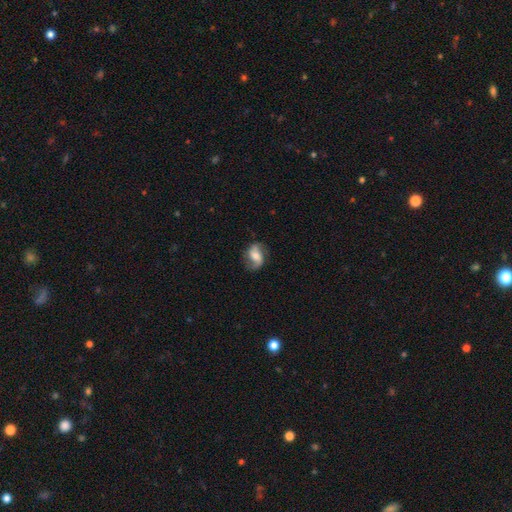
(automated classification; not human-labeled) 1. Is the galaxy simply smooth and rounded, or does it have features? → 69% featured or disk, 24% smooth, 7% star or artifact.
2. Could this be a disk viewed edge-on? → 96% no, 4% yes.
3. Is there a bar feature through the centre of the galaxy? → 40% no, 39% weak, 21% strong.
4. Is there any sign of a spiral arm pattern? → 91% yes, 9% no.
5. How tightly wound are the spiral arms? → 58% loose, 32% medium, 11% tight.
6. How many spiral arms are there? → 90% 2, 4% can't tell, 3% 1, 1% 3, 1% 4, 1% more than 4.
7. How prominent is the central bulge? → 57% moderate, 25% small, 12% large, 4% none, 2% dominant.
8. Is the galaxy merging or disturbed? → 76% none, 16% minor disturbance, 6% major disturbance, 1% merger.